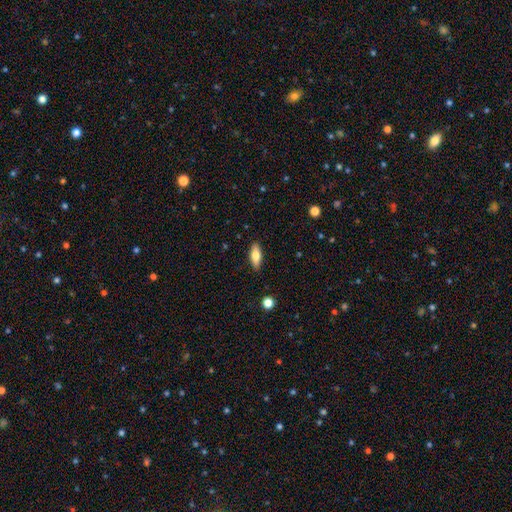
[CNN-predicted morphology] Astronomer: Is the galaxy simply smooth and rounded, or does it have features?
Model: smooth — 67%.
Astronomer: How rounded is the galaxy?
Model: in between — 64%.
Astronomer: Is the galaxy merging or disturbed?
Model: none — 88%.